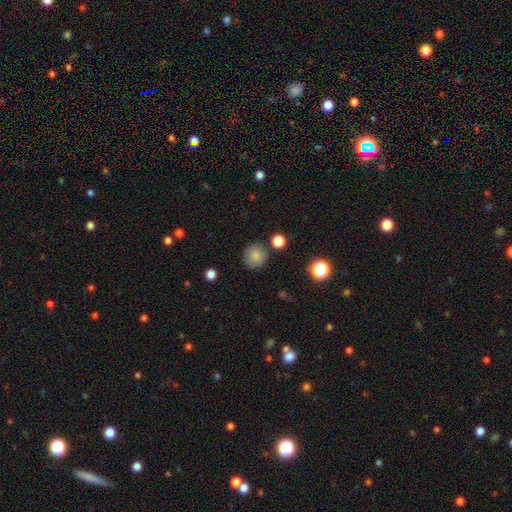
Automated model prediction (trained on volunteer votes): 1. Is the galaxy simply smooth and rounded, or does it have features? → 83% smooth, 11% star or artifact, 6% featured or disk.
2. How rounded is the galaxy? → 92% round, 7% in between, 1% cigar-shaped.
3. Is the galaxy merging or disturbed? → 83% none, 10% minor disturbance, 4% merger, 3% major disturbance.